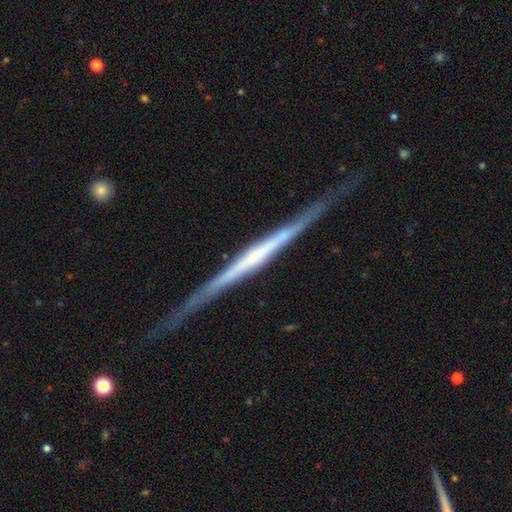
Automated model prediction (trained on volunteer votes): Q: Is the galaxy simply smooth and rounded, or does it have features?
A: featured or disk — 80%.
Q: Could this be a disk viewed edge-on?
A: yes — 97%.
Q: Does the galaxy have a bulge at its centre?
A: none — 55%.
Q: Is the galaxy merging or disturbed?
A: none — 82%.